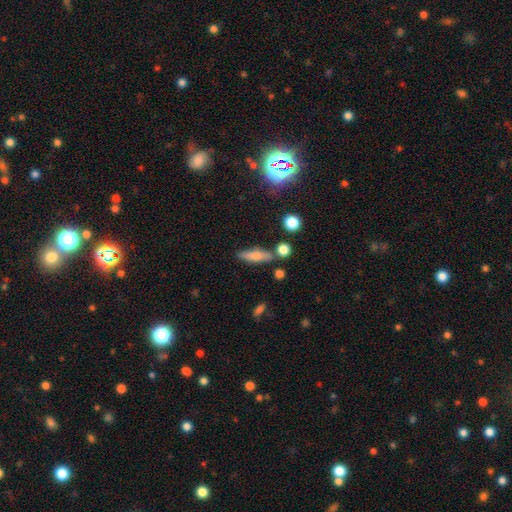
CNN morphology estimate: Smooth or featured: smooth — 63% (featured or disk — 28%)
How rounded: cigar-shaped — 60% (in between — 36%)
Merging: none — 74% (minor disturbance — 14%)